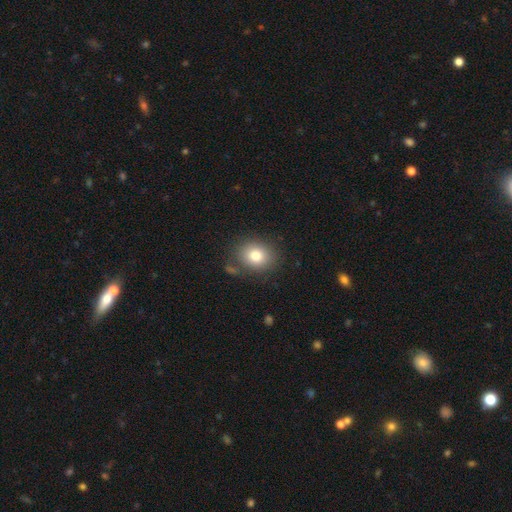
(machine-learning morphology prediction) This is likely a smooth galaxy (80%). How rounded: likely round (61%). Merging: clearly none (80%).